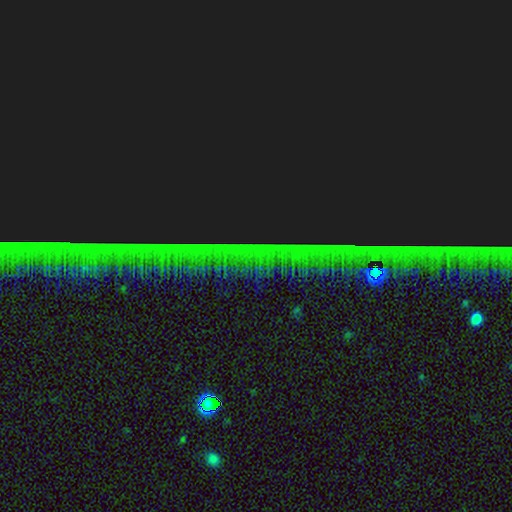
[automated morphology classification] Q: Smooth or featured?
A: star or artifact (86%); runner-up: featured or disk (8%)